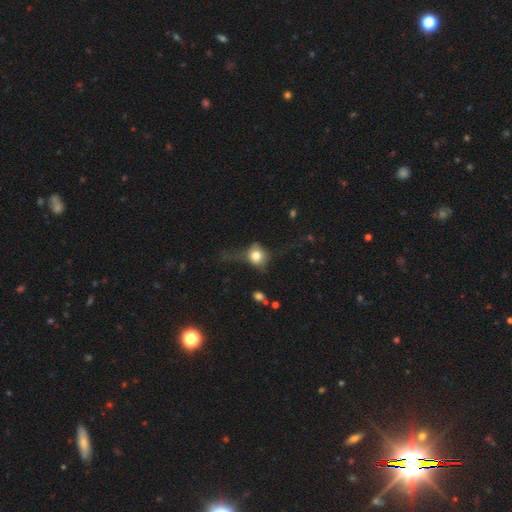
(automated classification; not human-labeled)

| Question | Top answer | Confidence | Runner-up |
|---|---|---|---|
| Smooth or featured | smooth | 66% | featured or disk (23%) |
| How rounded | round | 68% | in between (29%) |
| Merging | none | 38% | major disturbance (33%) |